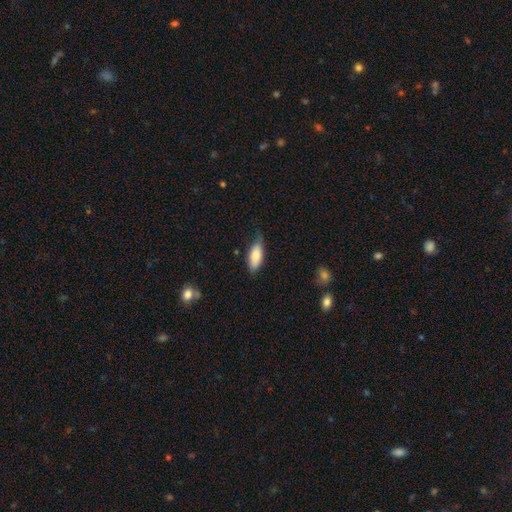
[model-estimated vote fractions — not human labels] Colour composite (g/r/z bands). It shows a smooth galaxy with no disk features (81%) that is in between round and cigar-shaped (81%). Merging: none (63%).